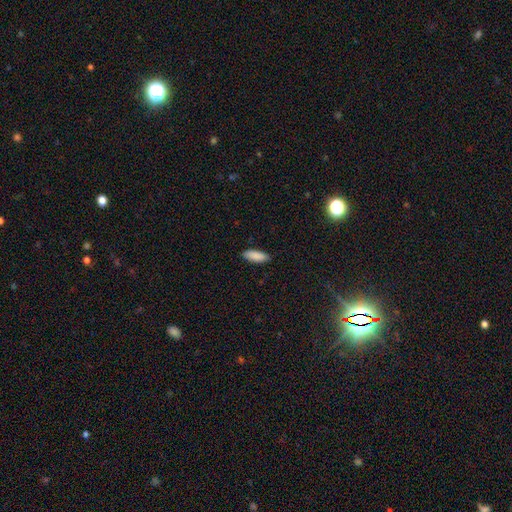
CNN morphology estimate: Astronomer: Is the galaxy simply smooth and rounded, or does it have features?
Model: smooth — 90%.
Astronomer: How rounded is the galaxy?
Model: in between — 69%.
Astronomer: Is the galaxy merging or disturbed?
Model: none — 89%.